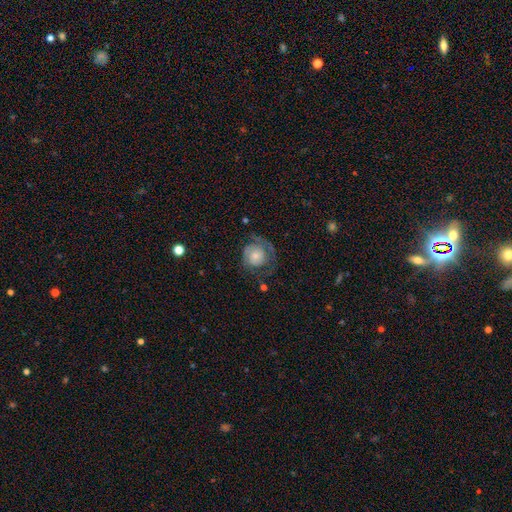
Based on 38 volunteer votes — Q: Smooth or featured?
A: featured or disk (58%); runner-up: smooth (39%)
Q: Edge-on disk?
A: no (95%); runner-up: yes (5%)
Q: Bar?
A: no (86%); runner-up: weak (14%)
Q: Spiral arms?
A: yes (86%); runner-up: no (14%)
Q: Spiral winding?
A: tight (50%); runner-up: loose (28%)
Q: Spiral arm count?
A: can't tell (33%); runner-up: 2 (28%)
Q: Bulge size?
A: small (33%); runner-up: large (29%)
Q: Merging?
A: none (46%); runner-up: major disturbance (32%)